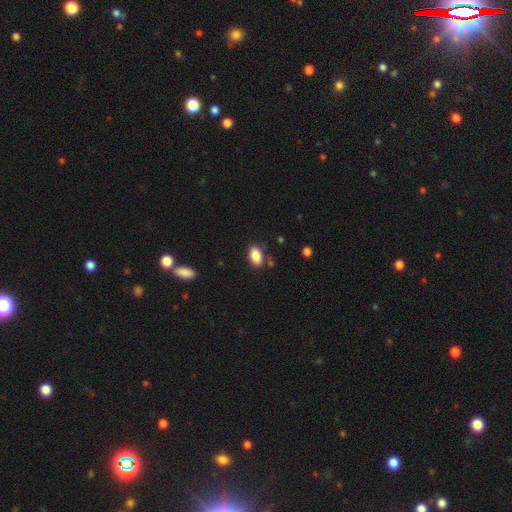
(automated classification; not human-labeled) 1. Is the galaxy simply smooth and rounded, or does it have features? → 88% smooth, 8% star or artifact, 5% featured or disk.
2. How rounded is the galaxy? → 91% in between, 7% round, 2% cigar-shaped.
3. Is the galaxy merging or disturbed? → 82% none, 12% minor disturbance, 3% merger, 3% major disturbance.